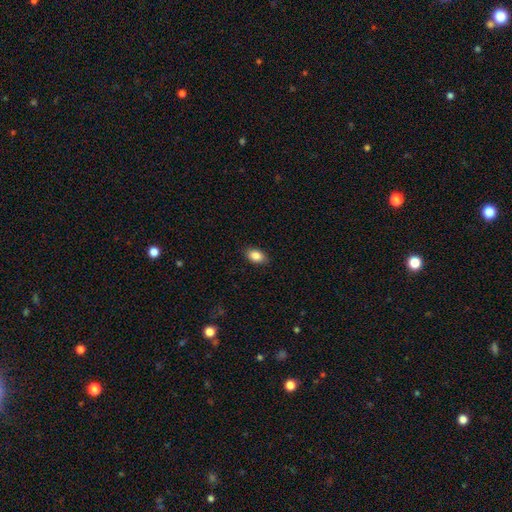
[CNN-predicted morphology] Smooth or featured? Predicted: smooth (p=0.86). How rounded? Predicted: in between (p=0.87). Merging? Predicted: none (p=0.87).